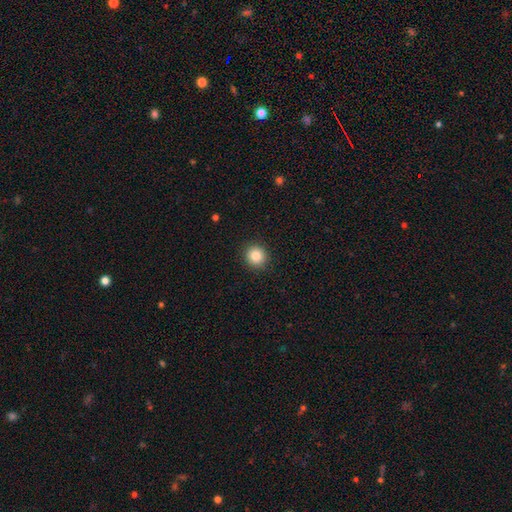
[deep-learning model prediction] This appears to be a smooth galaxy with no disk features (85%) that is round (91%). Merging: none (91%).